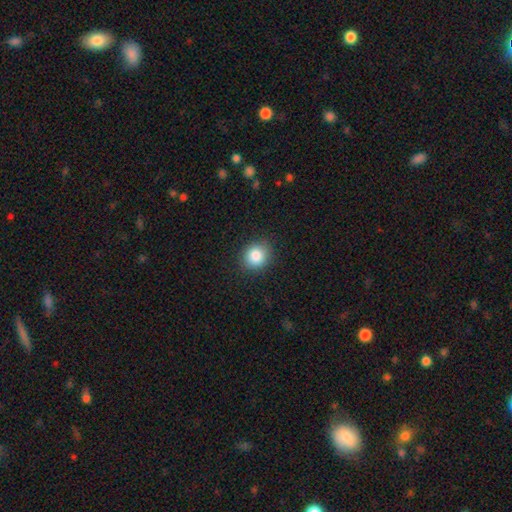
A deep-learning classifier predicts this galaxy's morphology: A smooth galaxy with no disk features (84%) that is round (78%). Merging: none (88%).